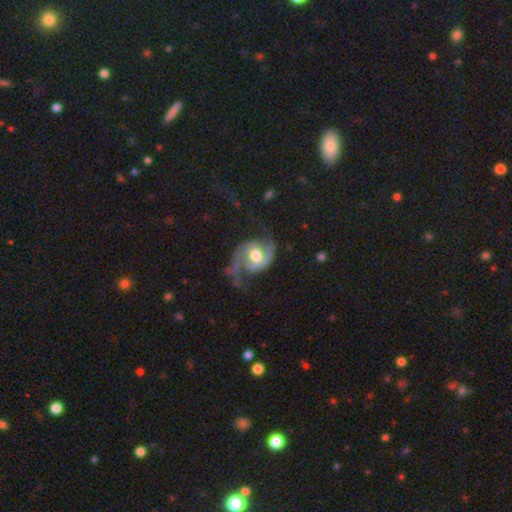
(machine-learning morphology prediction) The model was most divided on "spiral winding": medium: 44%, loose: 41%, tight: 15%. More confident: edge-on disk — no (98%); spiral arms — yes (94%); spiral arm count — 2 (88%); smooth or featured — featured or disk (83%); bulge size — moderate (65%); bar — no (61%); merging — none (50%).